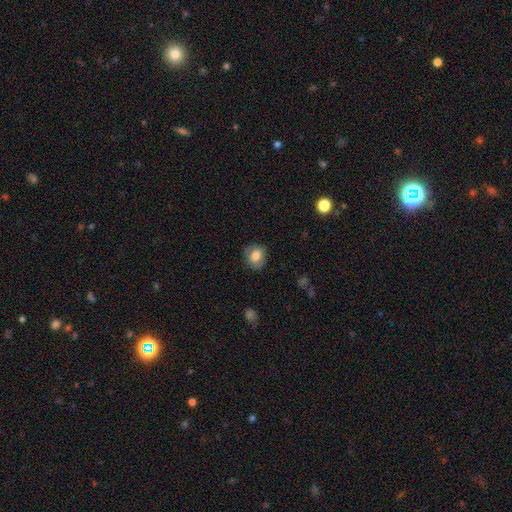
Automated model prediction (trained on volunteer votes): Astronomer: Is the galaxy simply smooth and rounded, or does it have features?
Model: smooth — 71%.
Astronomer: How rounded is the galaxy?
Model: round — 64%.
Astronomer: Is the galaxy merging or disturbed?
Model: none — 78%.